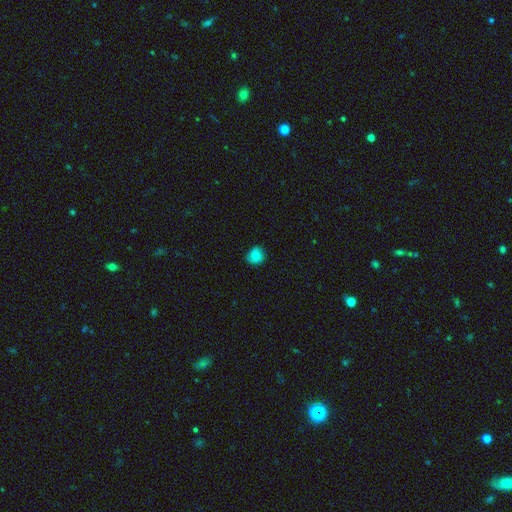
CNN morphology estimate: smooth 83%, star or artifact 10%, featured or disk 8%. Down the decision tree: how rounded — round (83%); merging — none (77%).